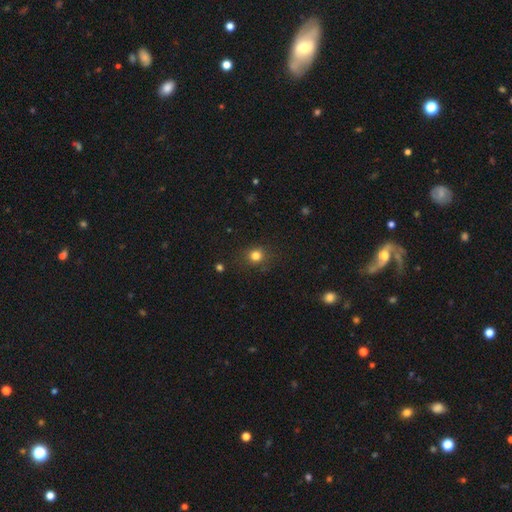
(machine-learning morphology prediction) This is likely a smooth galaxy (80%). How rounded: clearly round (84%). Merging: clearly none (85%).